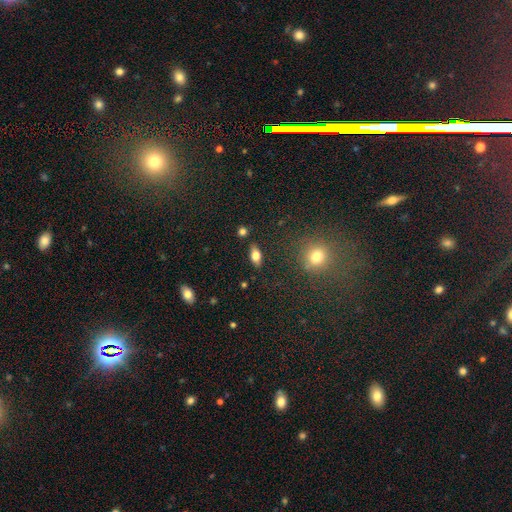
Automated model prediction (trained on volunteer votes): Smooth or featured? smooth (72%)
How rounded? in between (84%)
Merging? none (84%)